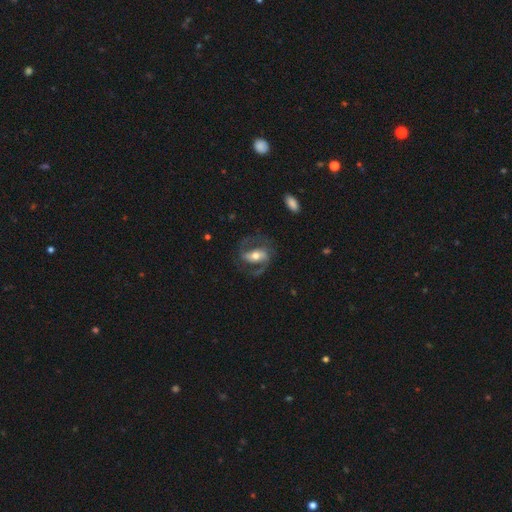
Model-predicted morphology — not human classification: Q: Smooth or featured?
A: featured or disk (80%); runner-up: smooth (14%)
Q: Edge-on disk?
A: no (95%); runner-up: yes (5%)
Q: Bar?
A: strong (48%); runner-up: weak (31%)
Q: Spiral arms?
A: yes (92%); runner-up: no (8%)
Q: Spiral winding?
A: medium (55%); runner-up: loose (27%)
Q: Spiral arm count?
A: 2 (88%); runner-up: 1 (4%)
Q: Bulge size?
A: moderate (66%); runner-up: small (21%)
Q: Merging?
A: none (69%); runner-up: major disturbance (15%)